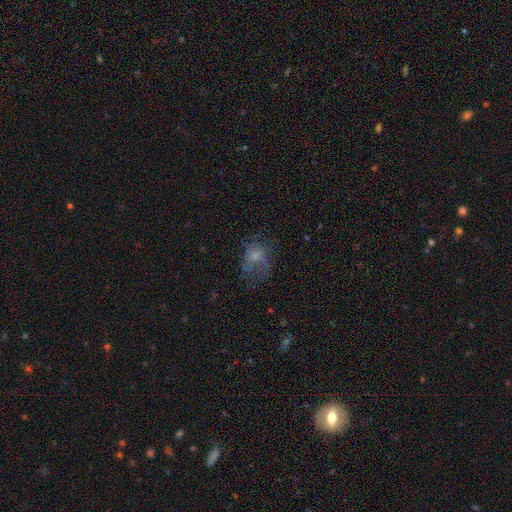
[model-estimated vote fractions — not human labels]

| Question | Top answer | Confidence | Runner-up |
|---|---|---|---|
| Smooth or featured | smooth | 46% | featured or disk (38%) |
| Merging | major disturbance | 43% | none (34%) |